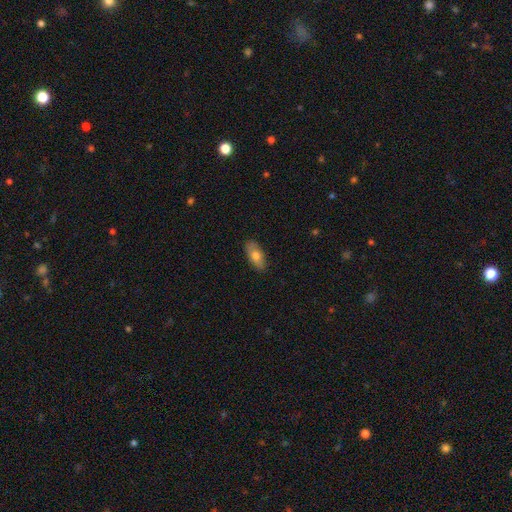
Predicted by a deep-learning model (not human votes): smooth 73%, featured or disk 20%, star or artifact 6%. Down the decision tree: how rounded — in between (86%); merging — none (85%).